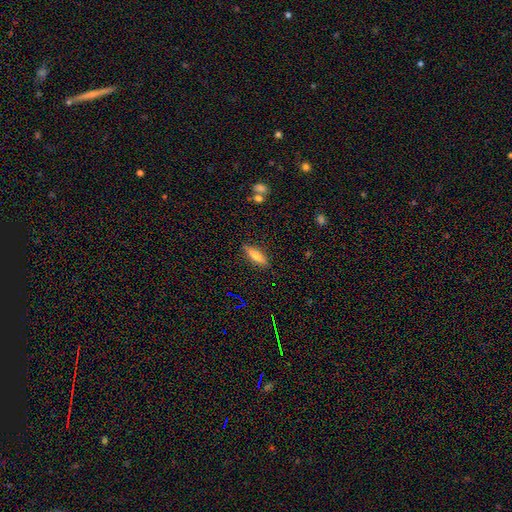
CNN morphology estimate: smooth 66%, featured or disk 25%, star or artifact 9%. Down the decision tree: how rounded — cigar-shaped (59%); merging — none (86%).